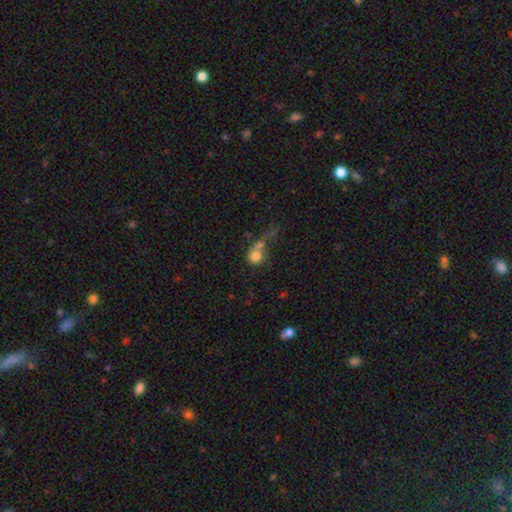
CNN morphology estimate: Smooth or featured? Predicted: smooth (p=0.75). How rounded? Predicted: round (p=0.82). Merging? Predicted: merger (p=0.49).